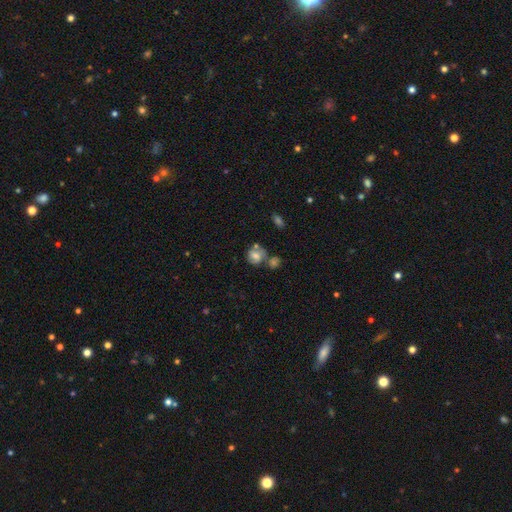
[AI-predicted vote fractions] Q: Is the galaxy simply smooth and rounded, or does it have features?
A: smooth — 57%.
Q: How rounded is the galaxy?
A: round — 67%.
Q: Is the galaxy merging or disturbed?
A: none — 46%.